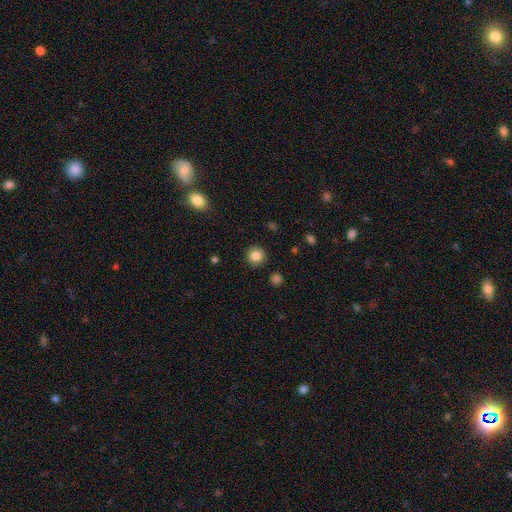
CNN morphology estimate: Smooth or featured: smooth — 84% (star or artifact — 10%)
How rounded: round — 93% (in between — 6%)
Merging: none — 91% (minor disturbance — 6%)